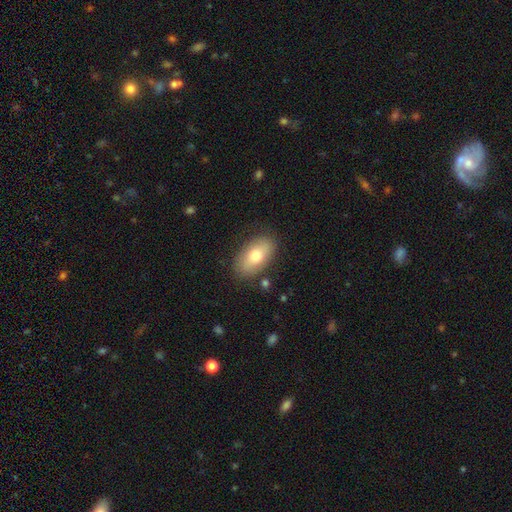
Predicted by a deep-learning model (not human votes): Overall: smooth (74%). How rounded: in between (93%). Merging: none (83%).